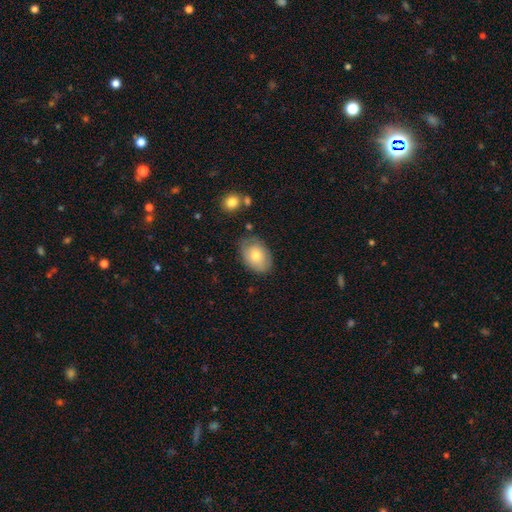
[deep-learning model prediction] A smooth galaxy with no disk features (72%) that is in between round and cigar-shaped (82%). Merging: none (71%).